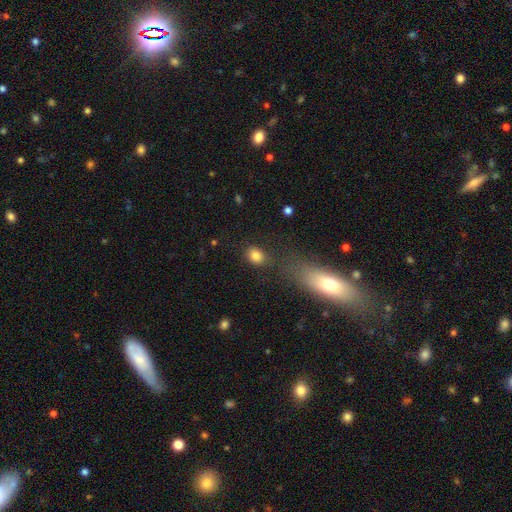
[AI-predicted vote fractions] Smooth or featured: smooth — 83% (star or artifact — 11%)
How rounded: round — 51% (in between — 47%)
Merging: none — 72% (minor disturbance — 13%)